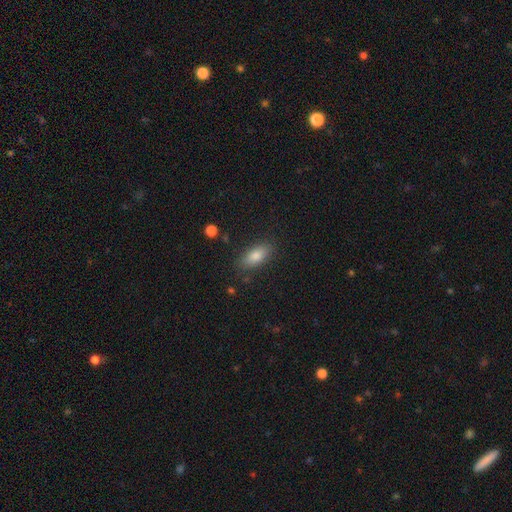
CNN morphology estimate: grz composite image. It shows a smooth galaxy with no disk features (80%) that is in between round and cigar-shaped (85%). Merging: none (85%).